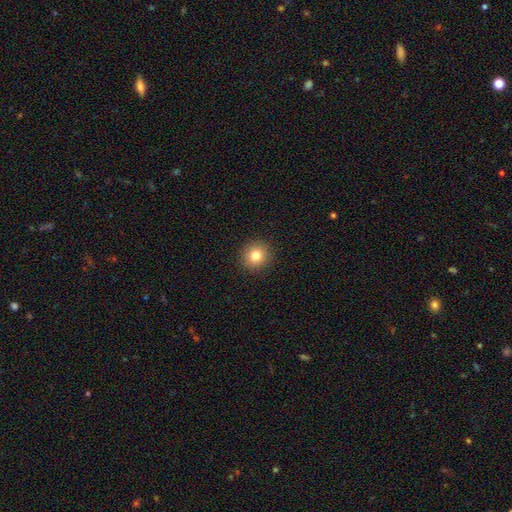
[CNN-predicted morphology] This is clearly a smooth galaxy (81%). How rounded: clearly round (90%). Merging: clearly none (92%).